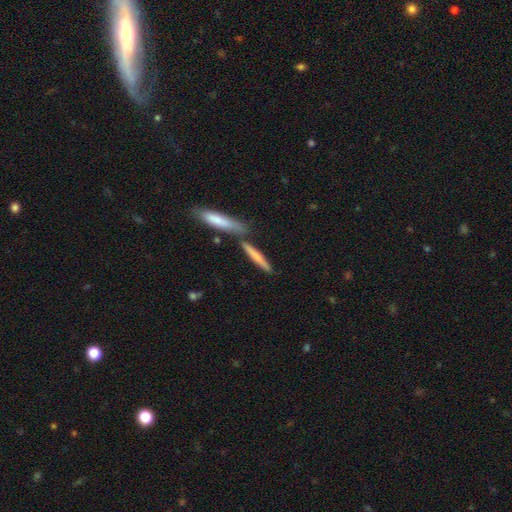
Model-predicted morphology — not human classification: Smooth or featured?
  - smooth: 66% *
  - featured or disk: 28%
  - star or artifact: 6%
How rounded?
  - cigar-shaped: 92% *
  - in between: 6%
  - round: 2%
Merging?
  - none: 65% *
  - merger: 21%
  - minor disturbance: 10%
  - major disturbance: 3%